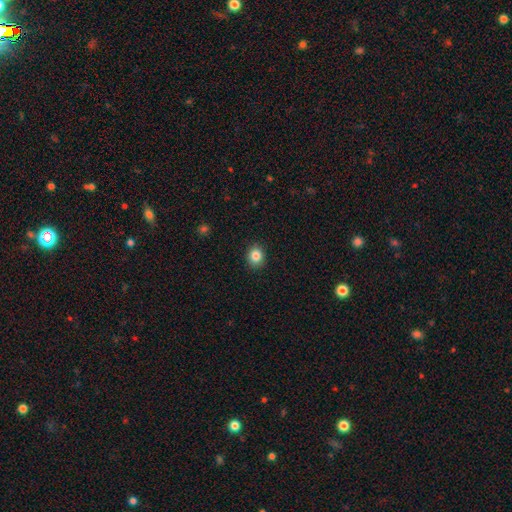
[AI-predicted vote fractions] This is clearly a smooth galaxy (84%). How rounded: likely round (68%). Merging: clearly none (90%).